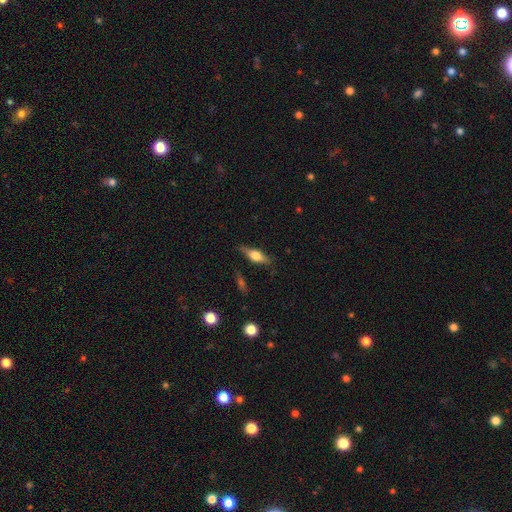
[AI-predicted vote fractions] smooth_or_featured: featured or disk (p=0.53) [alt: smooth p=0.39]
disk_edge_on: yes (p=0.93) [alt: no p=0.07]
merging: none (p=0.80) [alt: minor disturbance p=0.15]